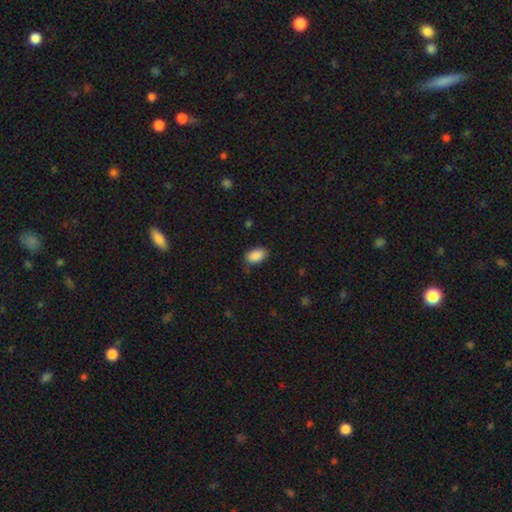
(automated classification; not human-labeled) This is clearly a smooth galaxy (90%). How rounded: clearly in between (93%). Merging: likely none (79%).